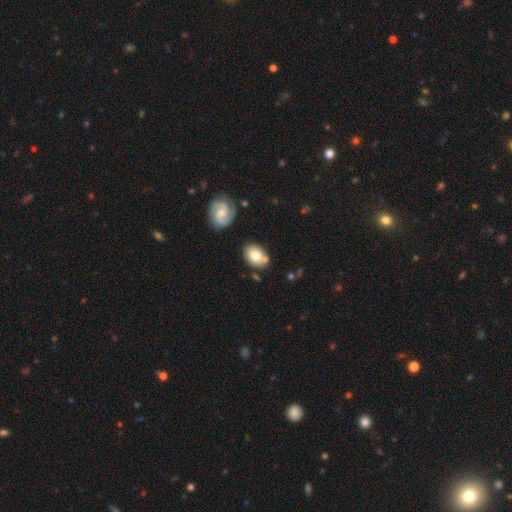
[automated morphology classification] smooth 70%, featured or disk 23%, star or artifact 7%. Down the decision tree: how rounded — in between (64%); merging — none (72%).